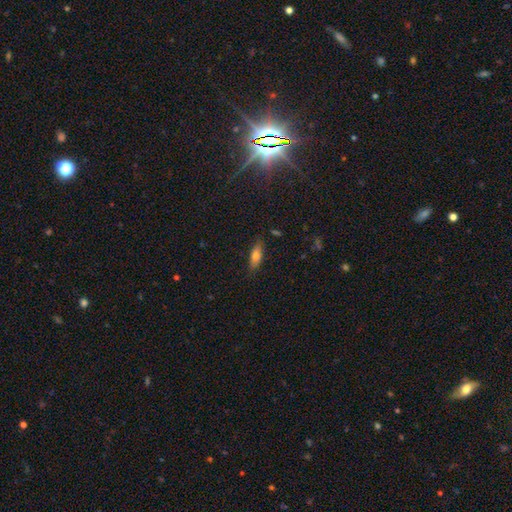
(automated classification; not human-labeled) The model was most divided on "how rounded": in between: 68%, cigar-shaped: 29%, round: 3%. More confident: merging — none (81%); smooth or featured — smooth (71%).